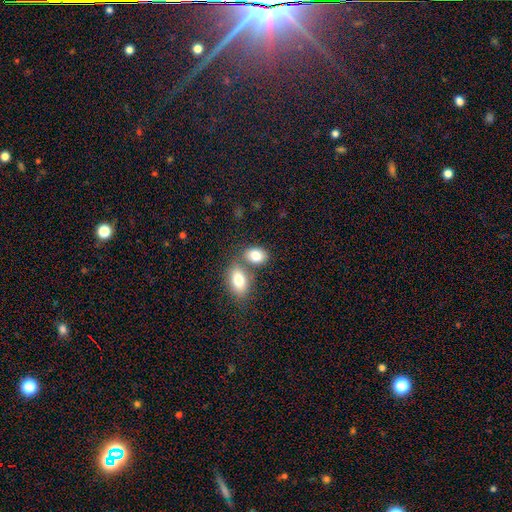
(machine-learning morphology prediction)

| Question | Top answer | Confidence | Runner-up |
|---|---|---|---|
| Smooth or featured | smooth | 81% | featured or disk (11%) |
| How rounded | in between | 81% | round (18%) |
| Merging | none | 48% | merger (39%) |